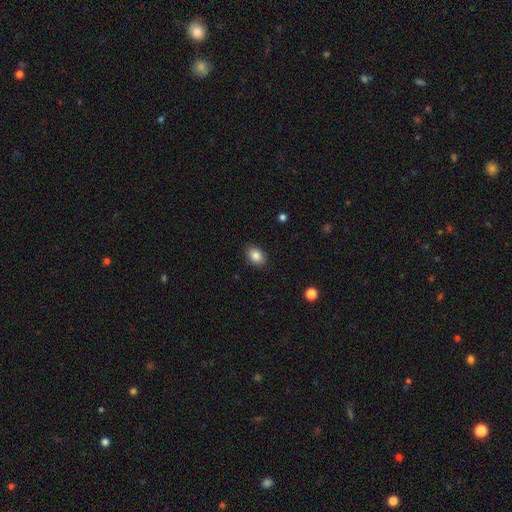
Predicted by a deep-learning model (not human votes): A smooth galaxy with no disk features (85%) that is in between round and cigar-shaped (76%). Merging: none (88%).